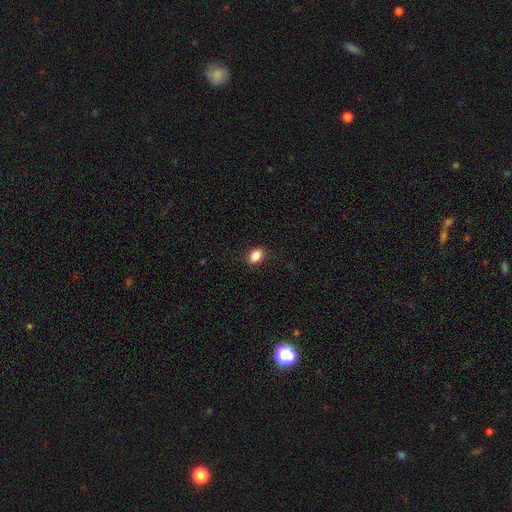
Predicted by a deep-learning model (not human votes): smooth-or-featured: smooth: 86% | star or artifact: 9% | featured or disk: 5%
  how-rounded: in between: 78% | round: 20% | cigar-shaped: 2%
  merging: none: 85% | minor disturbance: 11% | major disturbance: 3% | merger: 1%